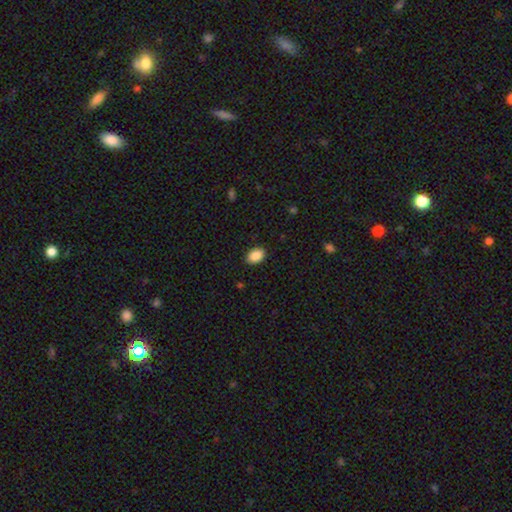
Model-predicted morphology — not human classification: The model was most divided on "how rounded": in between: 88%, round: 11%, cigar-shaped: 1%. More confident: merging — none (89%); smooth or featured — smooth (89%).